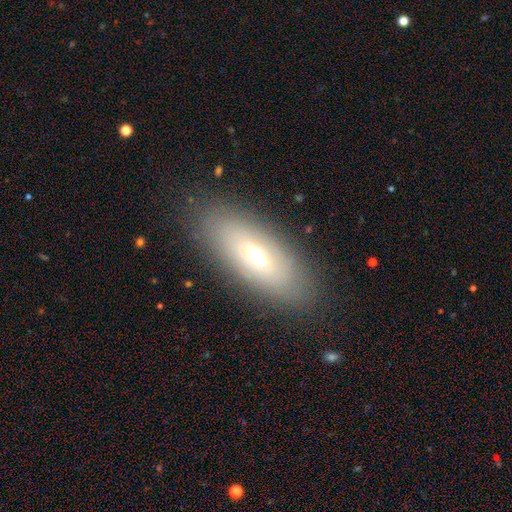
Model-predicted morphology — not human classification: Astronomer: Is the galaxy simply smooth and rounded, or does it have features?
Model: smooth — 57%.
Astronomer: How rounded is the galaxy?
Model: in between — 73%.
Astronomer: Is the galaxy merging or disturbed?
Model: none — 86%.